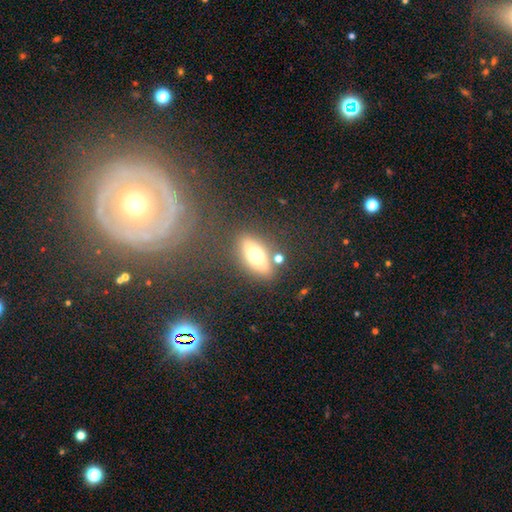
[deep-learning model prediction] A smooth galaxy with no disk features (51%) that is in between round and cigar-shaped (61%).

Vote fractions:
- Smooth or featured? smooth: 51% / featured or disk: 38% / star or artifact: 11%
- How rounded? in between: 61% / cigar-shaped: 29% / round: 9%
- Merging? none: 81% / minor disturbance: 10% / merger: 5% / major disturbance: 4%